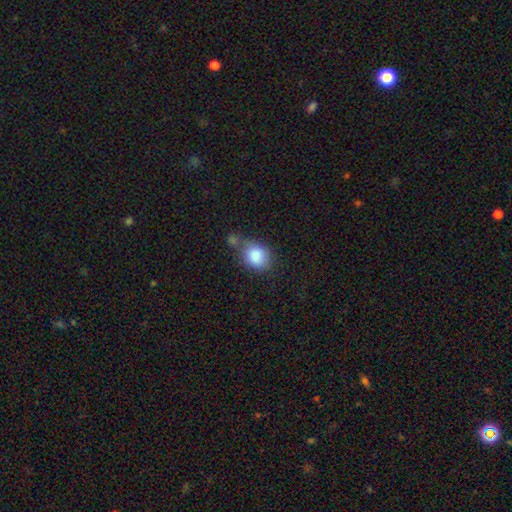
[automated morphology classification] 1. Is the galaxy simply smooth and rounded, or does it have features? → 85% smooth, 8% star or artifact, 7% featured or disk.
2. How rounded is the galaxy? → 53% round, 46% in between, 1% cigar-shaped.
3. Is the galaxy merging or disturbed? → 40% none, 26% minor disturbance, 23% merger, 12% major disturbance.